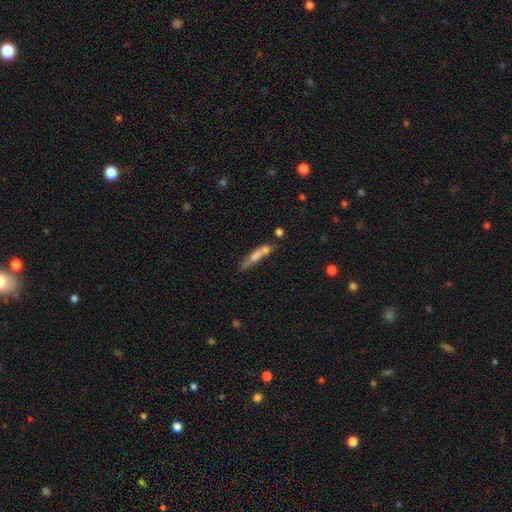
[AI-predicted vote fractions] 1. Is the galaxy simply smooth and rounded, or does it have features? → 58% smooth, 32% featured or disk, 9% star or artifact.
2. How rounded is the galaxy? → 73% cigar-shaped, 23% in between, 4% round.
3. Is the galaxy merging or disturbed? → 41% none, 33% merger, 17% minor disturbance, 9% major disturbance.